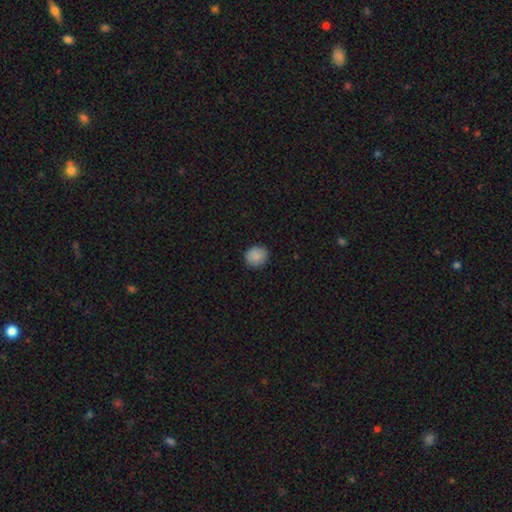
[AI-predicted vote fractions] Overall: smooth (88%). How rounded: round (83%). Merging: none (89%).